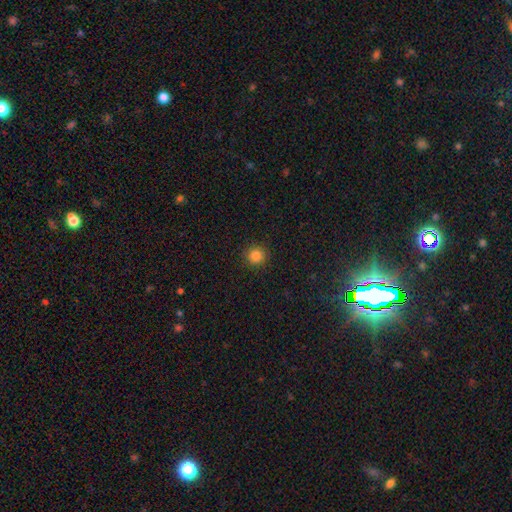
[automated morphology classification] A smooth galaxy with no disk features (83%) that is round (94%).

Vote fractions:
- Smooth or featured? smooth: 83% / star or artifact: 12% / featured or disk: 4%
- How rounded? round: 94% / in between: 5% / cigar-shaped: 1%
- Merging? none: 92% / minor disturbance: 5% / major disturbance: 2% / merger: 1%